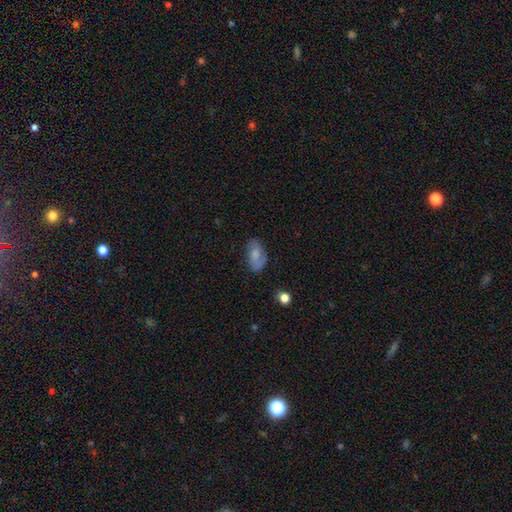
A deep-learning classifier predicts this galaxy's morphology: Smooth or featured? smooth (69%)
How rounded? in between (91%)
Merging? none (64%)